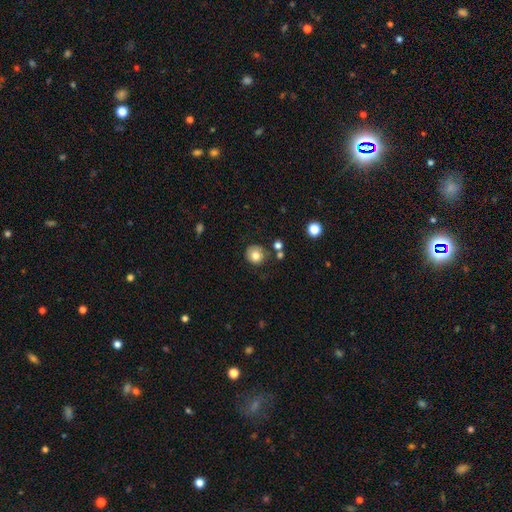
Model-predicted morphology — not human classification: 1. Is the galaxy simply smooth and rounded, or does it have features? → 80% smooth, 11% star or artifact, 10% featured or disk.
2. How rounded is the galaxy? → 90% round, 10% in between, 1% cigar-shaped.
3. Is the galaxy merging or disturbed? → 78% none, 12% minor disturbance, 6% merger, 4% major disturbance.